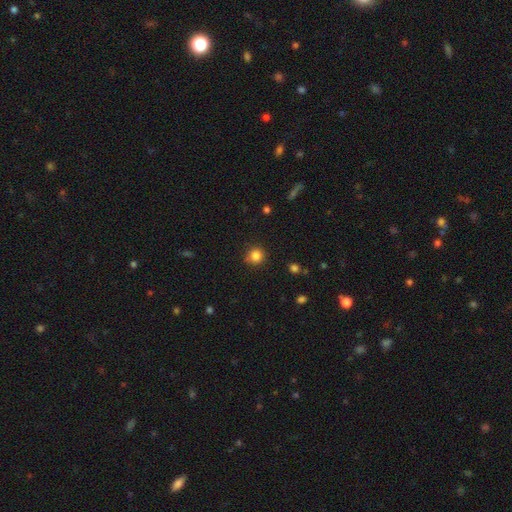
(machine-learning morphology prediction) type=smooth (84%); roundness=round (92%); merging=none (83%).